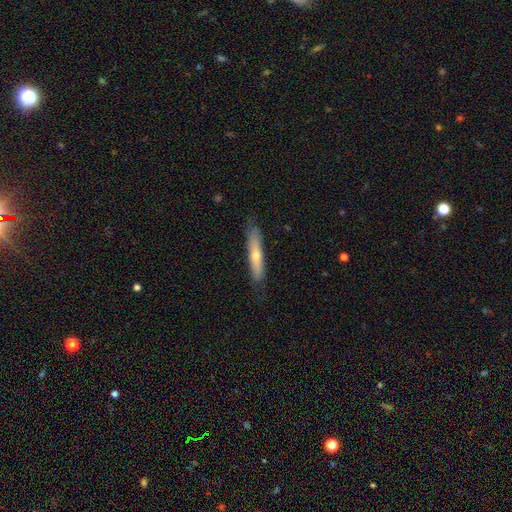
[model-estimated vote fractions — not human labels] Smooth or featured: smooth — 58% (featured or disk — 36%)
How rounded: cigar-shaped — 86% (in between — 12%)
Merging: none — 78% (minor disturbance — 17%)